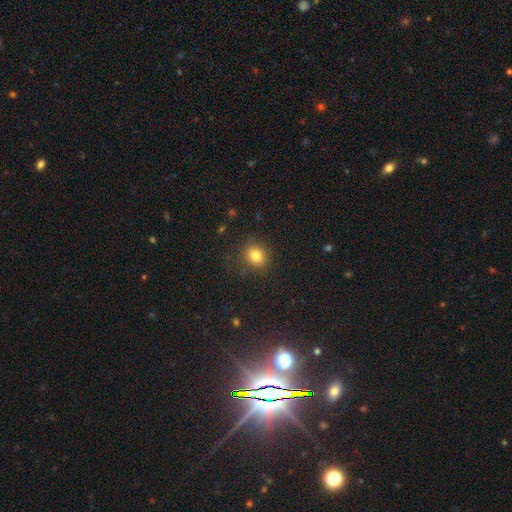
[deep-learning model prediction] Smooth or featured? Predicted: smooth (p=0.81). How rounded? Predicted: round (p=0.64). Merging? Predicted: none (p=0.86).